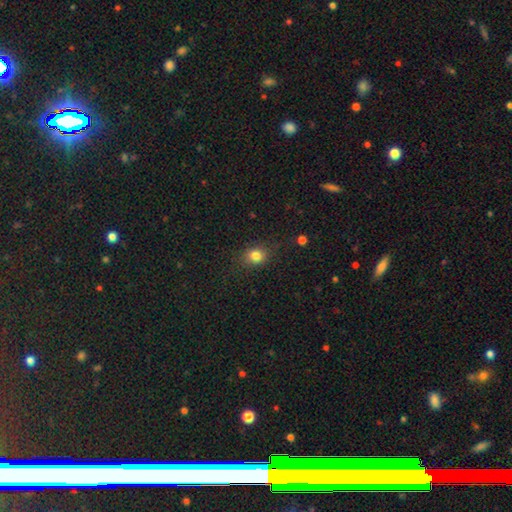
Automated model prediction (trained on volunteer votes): smooth-or-featured: smooth: 82% | star or artifact: 12% | featured or disk: 6%
  how-rounded: round: 61% | in between: 38% | cigar-shaped: 1%
  merging: none: 83% | minor disturbance: 12% | major disturbance: 4% | merger: 1%